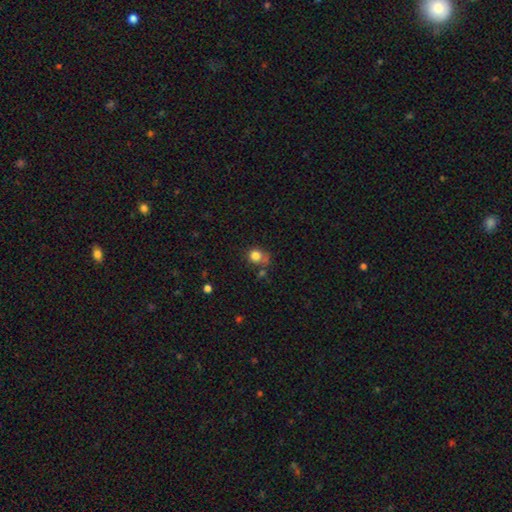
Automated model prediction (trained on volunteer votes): smooth 81%, star or artifact 12%, featured or disk 7%. Down the decision tree: how rounded — round (78%); merging — none (52%).